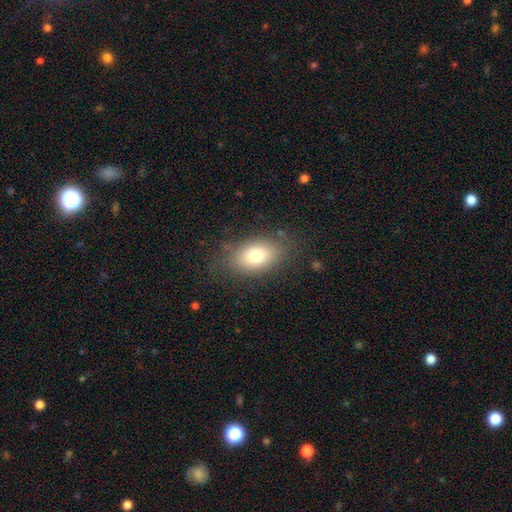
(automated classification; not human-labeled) This is likely a smooth galaxy (77%). How rounded: clearly in between (87%). Merging: likely none (78%).